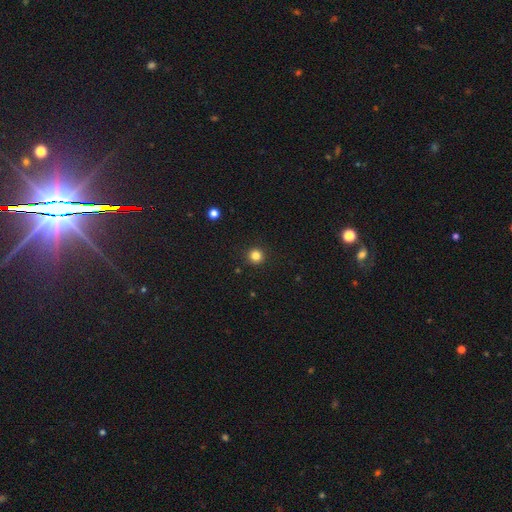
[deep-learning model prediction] smooth 84%, star or artifact 12%, featured or disk 4%. Down the decision tree: how rounded — round (95%); merging — none (93%).